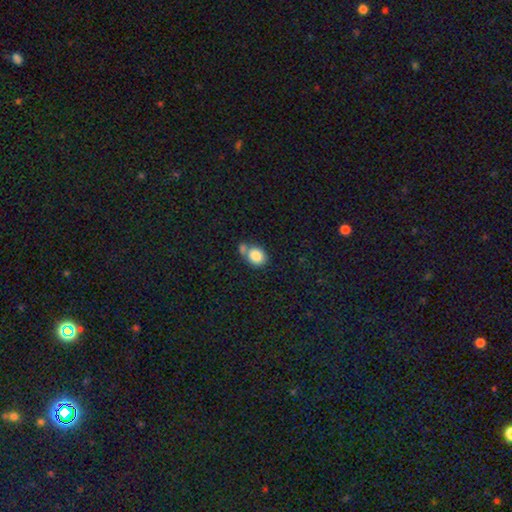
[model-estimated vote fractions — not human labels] Morphology: type=smooth (85%); roundness=round (55%); merging=merger (43%).